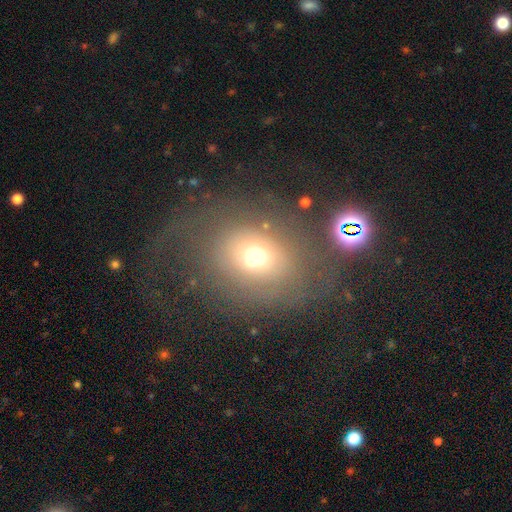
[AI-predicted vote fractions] The model was most divided on "merging": none: 44%, merger: 22%, major disturbance: 18%, minor disturbance: 16%. More confident: how rounded — round (62%); smooth or featured — smooth (57%).